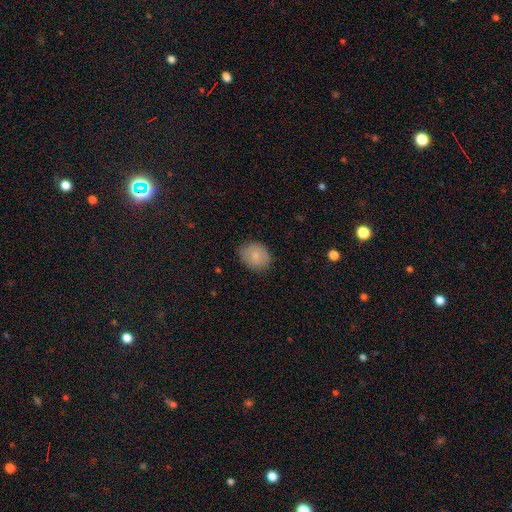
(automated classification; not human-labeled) The model was most divided on "how rounded": round: 53%, in between: 47%, cigar-shaped: 1%. More confident: merging — none (81%); smooth or featured — smooth (77%).